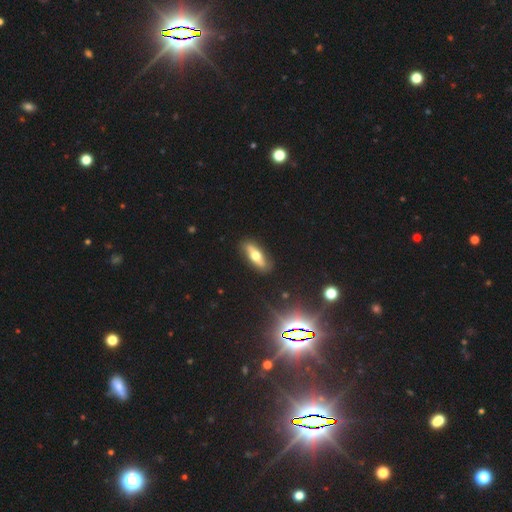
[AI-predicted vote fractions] smooth 54%, featured or disk 38%, star or artifact 9%. Down the decision tree: how rounded — in between (58%); merging — none (86%).